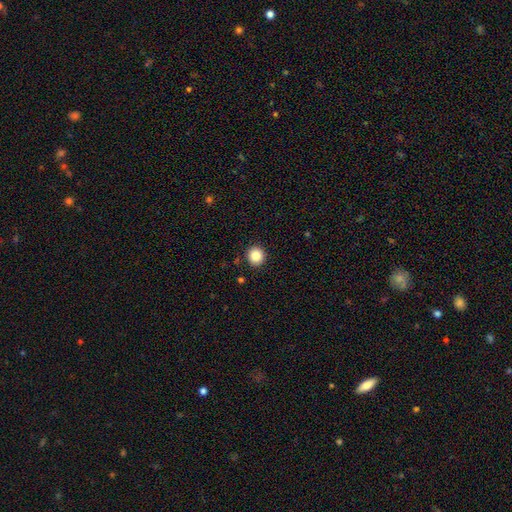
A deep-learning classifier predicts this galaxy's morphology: type=smooth (85%); roundness=round (89%); merging=none (92%).